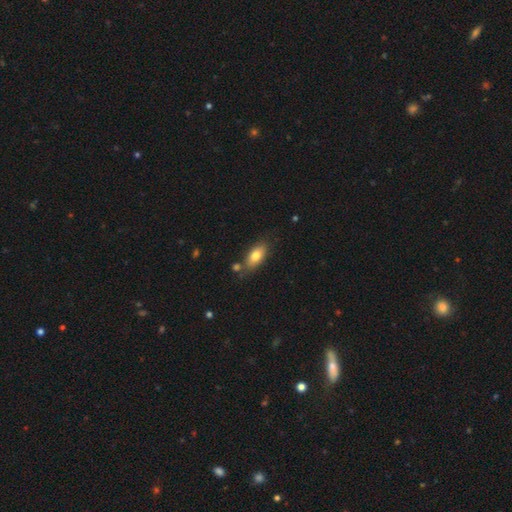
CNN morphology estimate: Smooth or featured? Predicted: smooth (p=0.77). How rounded? Predicted: in between (p=0.86). Merging? Predicted: none (p=0.72).